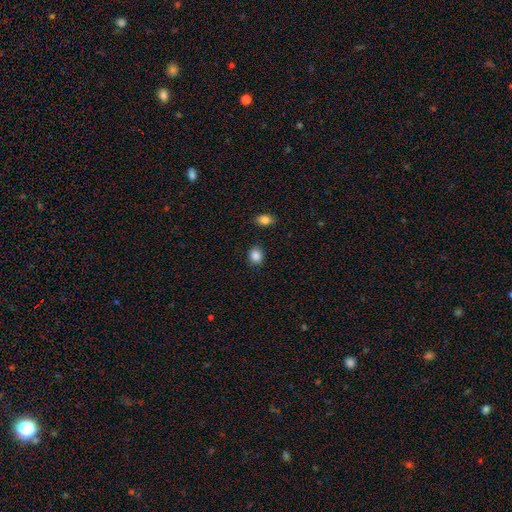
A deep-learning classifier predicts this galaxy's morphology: Q: Smooth or featured?
A: smooth (87%); runner-up: star or artifact (9%)
Q: How rounded?
A: round (65%); runner-up: in between (34%)
Q: Merging?
A: none (85%); runner-up: minor disturbance (10%)